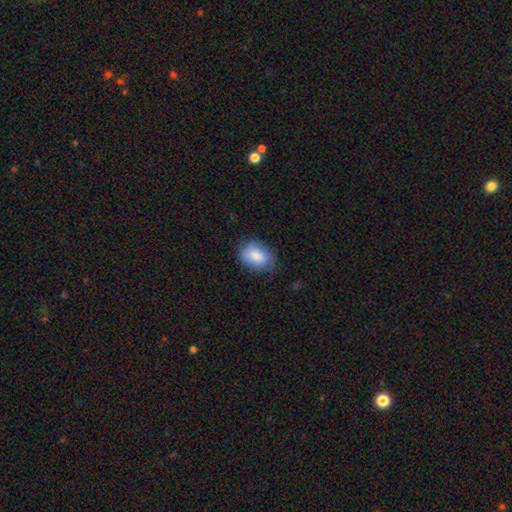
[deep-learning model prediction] smooth-or-featured: smooth: 83% | featured or disk: 10% | star or artifact: 7%
  how-rounded: in between: 70% | round: 29% | cigar-shaped: 1%
  merging: none: 71% | minor disturbance: 22% | major disturbance: 6% | merger: 1%